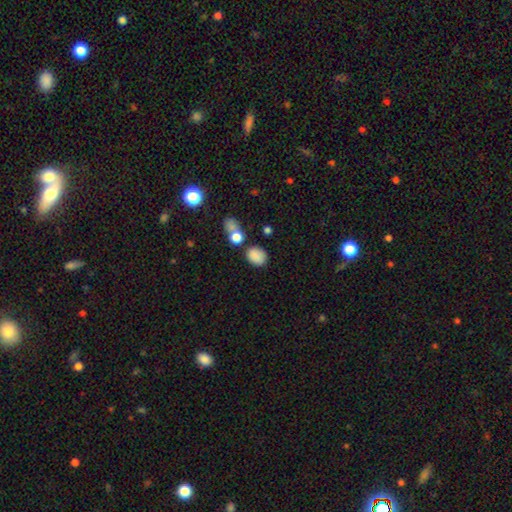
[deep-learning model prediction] smooth 84%, star or artifact 11%, featured or disk 5%. Down the decision tree: how rounded — in between (53%); merging — none (71%).